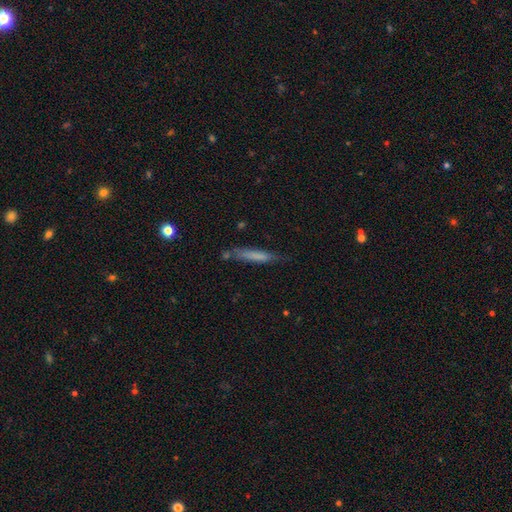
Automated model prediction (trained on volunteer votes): Smooth or featured: smooth — 70% (featured or disk — 23%)
How rounded: cigar-shaped — 90% (in between — 8%)
Merging: none — 69% (minor disturbance — 21%)